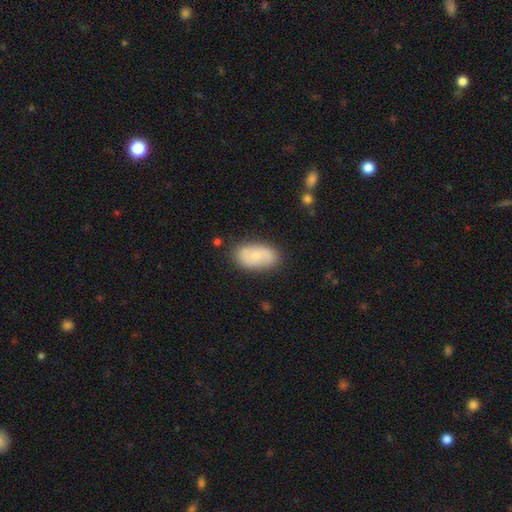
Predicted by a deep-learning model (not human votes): Overall: smooth (61%; featured or disk 33%). How rounded: in between (93%). Merging: none (81%).